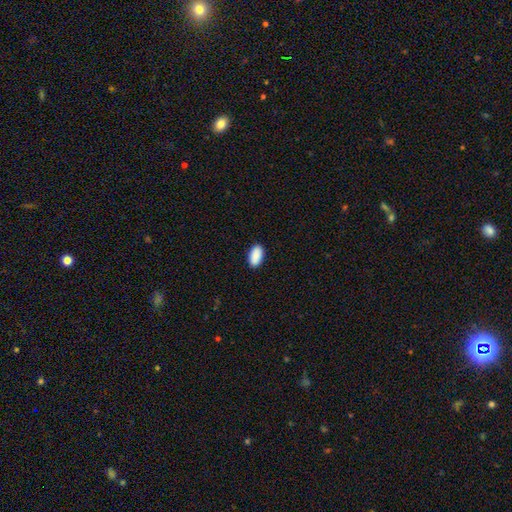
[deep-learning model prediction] smooth_or_featured: smooth (p=0.91) [alt: star or artifact p=0.06]
how_rounded: in between (p=0.95) [alt: round p=0.03]
merging: none (p=0.89) [alt: minor disturbance p=0.08]